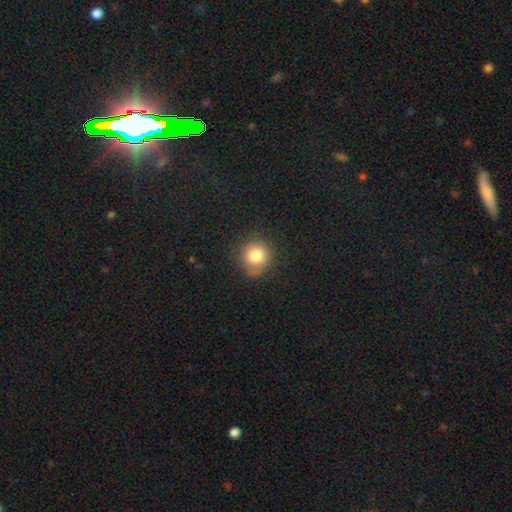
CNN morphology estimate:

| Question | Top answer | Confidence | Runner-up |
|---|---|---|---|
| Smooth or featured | smooth | 80% | star or artifact (11%) |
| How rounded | round | 89% | in between (10%) |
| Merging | none | 77% | minor disturbance (17%) |